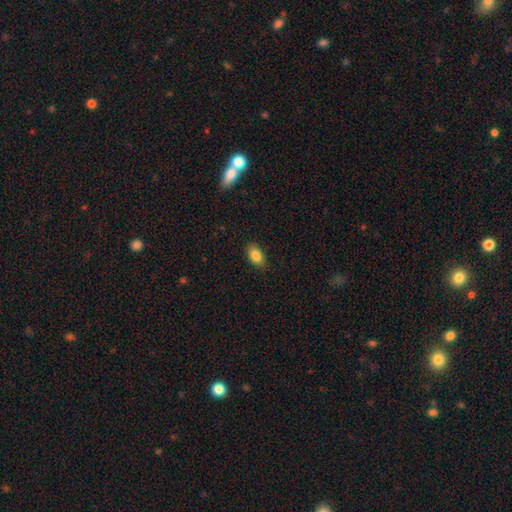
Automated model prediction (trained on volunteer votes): Q: Smooth or featured?
A: smooth (85%); runner-up: star or artifact (8%)
Q: How rounded?
A: in between (89%); runner-up: round (9%)
Q: Merging?
A: none (87%); runner-up: minor disturbance (10%)